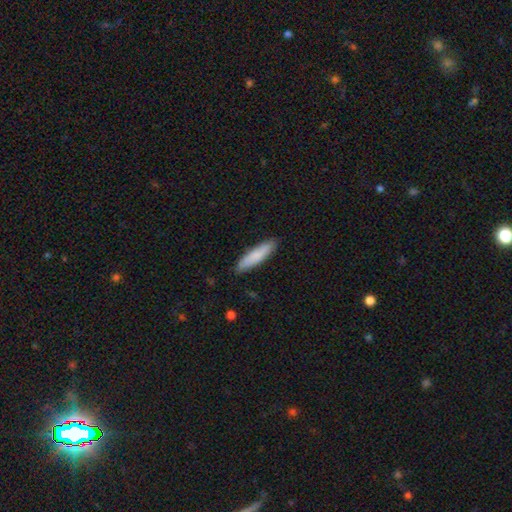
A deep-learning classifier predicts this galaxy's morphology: smooth 82%, featured or disk 12%, star or artifact 5%. Down the decision tree: how rounded — cigar-shaped (76%); merging — none (88%).